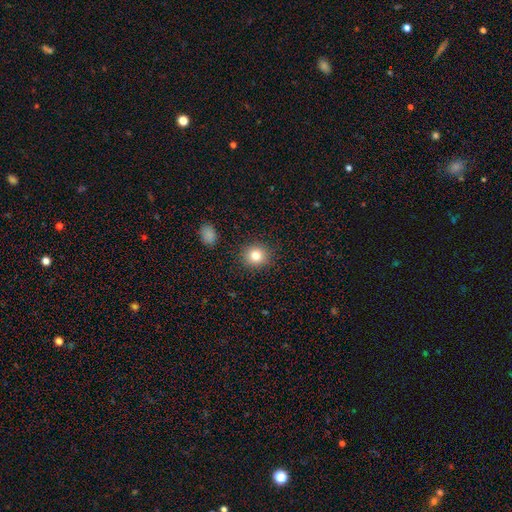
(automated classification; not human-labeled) A smooth galaxy with no disk features (82%) that is round (87%). Merging: none (89%).